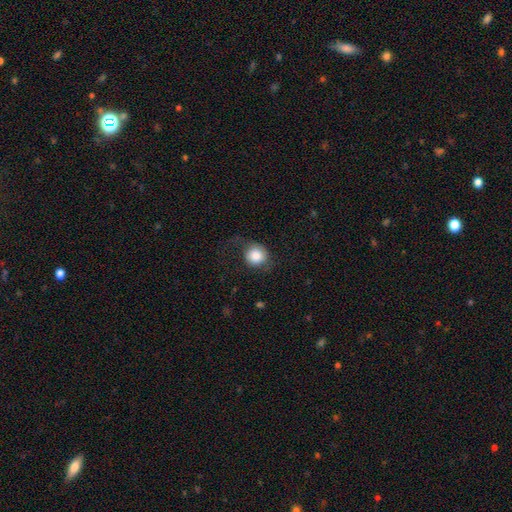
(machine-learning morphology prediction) type=smooth (81%); roundness=round (86%); merging=none (61%).